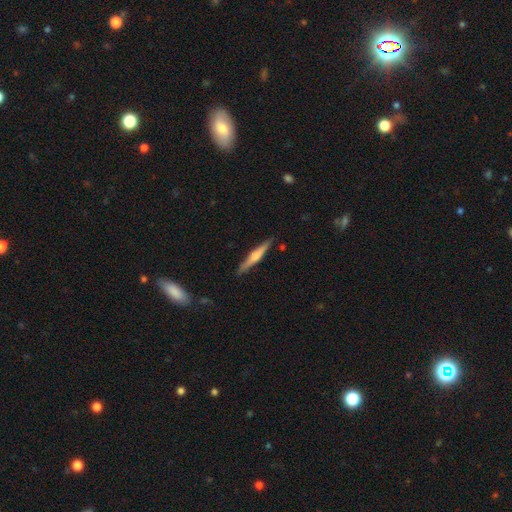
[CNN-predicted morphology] smooth_or_featured: featured or disk (p=0.57) [alt: smooth p=0.37]
disk_edge_on: yes (p=0.97) [alt: no p=0.03]
edge_on_bulge: rounded (p=0.73) [alt: boxy p=0.14]
merging: none (p=0.88) [alt: minor disturbance p=0.09]